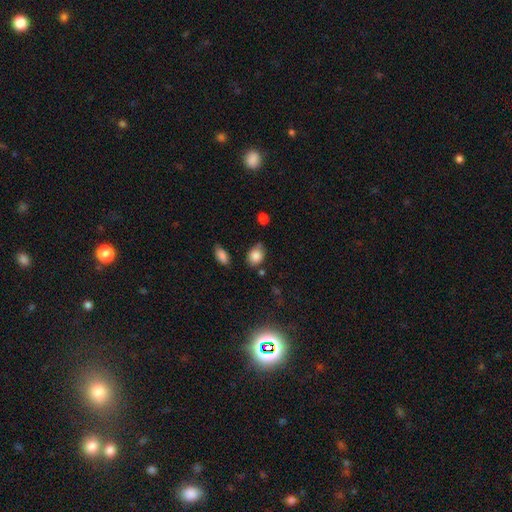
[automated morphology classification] Smooth or featured? smooth (83%)
How rounded? in between (64%)
Merging? none (66%)